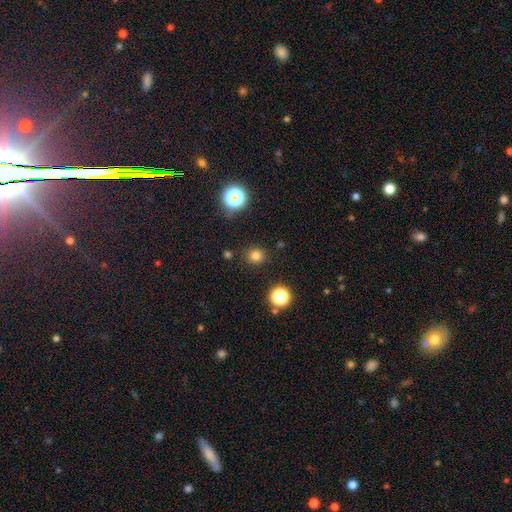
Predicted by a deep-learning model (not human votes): Smooth or featured? smooth (77%)
How rounded? round (90%)
Merging? none (88%)